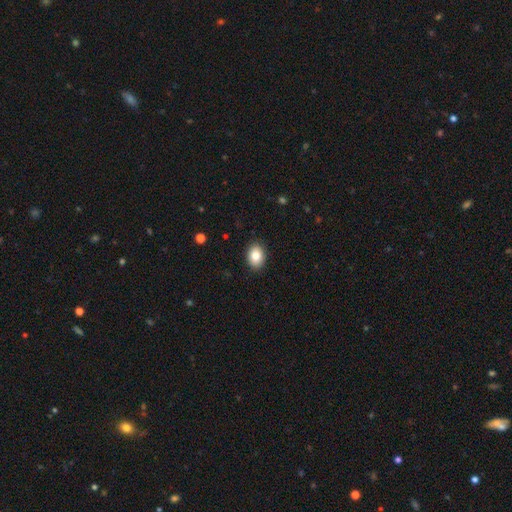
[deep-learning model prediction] Smooth or featured?
  - smooth: 83% *
  - featured or disk: 8%
  - star or artifact: 8%
How rounded?
  - in between: 71% *
  - round: 28%
  - cigar-shaped: 1%
Merging?
  - none: 90% *
  - minor disturbance: 7%
  - major disturbance: 2%
  - merger: 1%